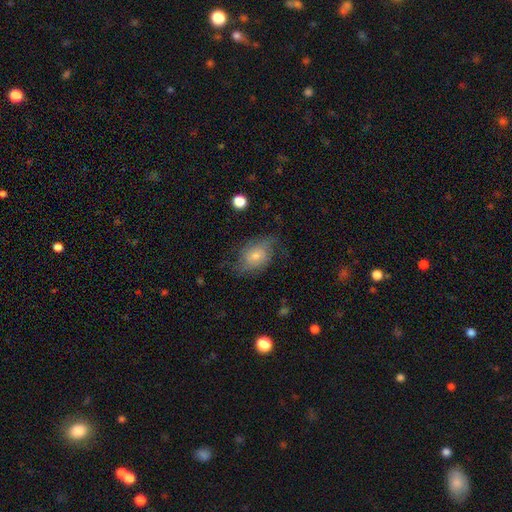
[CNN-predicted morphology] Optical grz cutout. It shows a featured or disk galaxy (56%) with no bar (74%), spiral arms (84%) and a small central bulge (55%). Merging: none (64%).